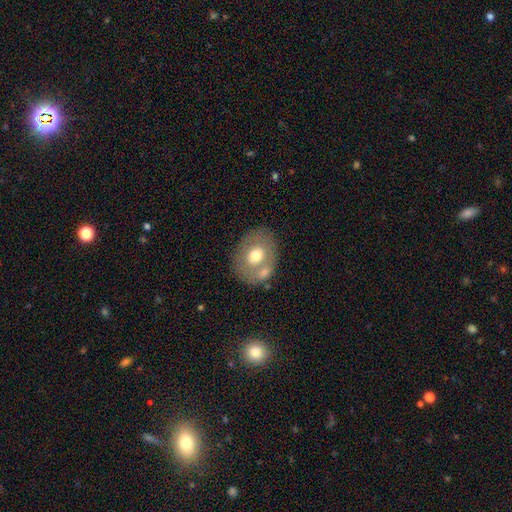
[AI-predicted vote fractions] Overall: smooth (62%; featured or disk 30%). How rounded: in between (57%; round 42%). Merging: none (62%).